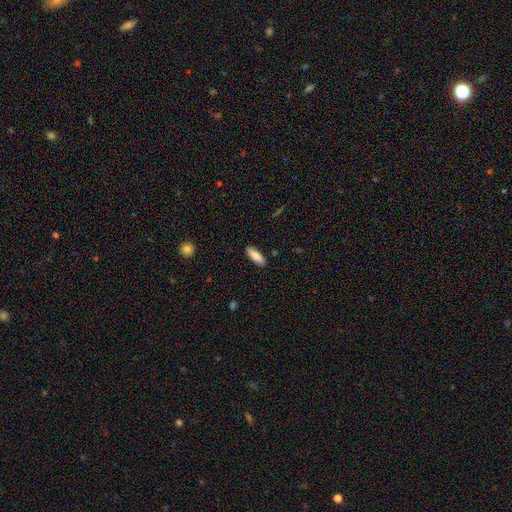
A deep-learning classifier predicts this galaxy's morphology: Smooth or featured? Predicted: smooth (p=0.84). How rounded? Predicted: in between (p=0.54). Merging? Predicted: none (p=0.88).